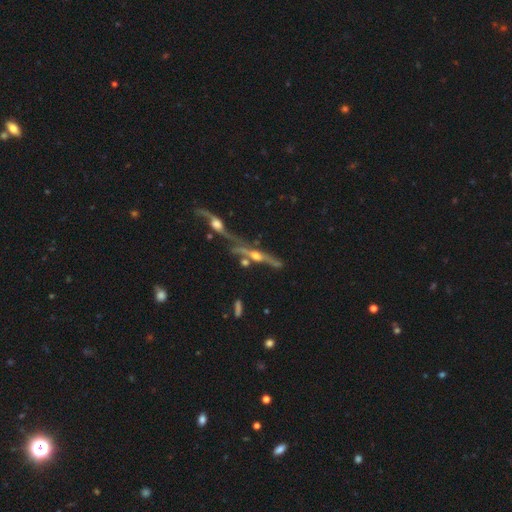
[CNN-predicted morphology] featured or disk 80%, smooth 12%, star or artifact 9%. Down the decision tree: edge-on disk — yes (87%); edge-on bulge — rounded (91%); merging — none (39%).